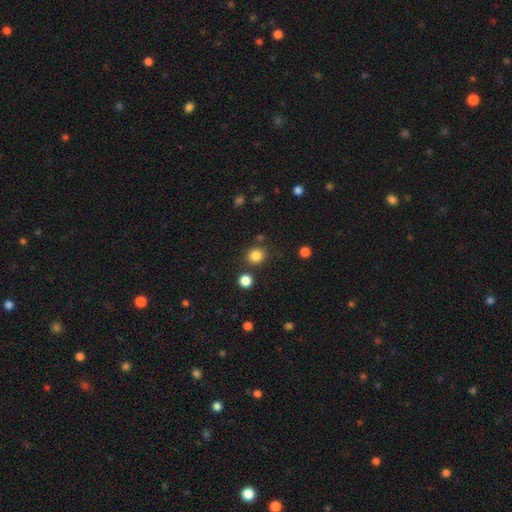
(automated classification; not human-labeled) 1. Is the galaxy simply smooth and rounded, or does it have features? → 84% smooth, 12% star or artifact, 4% featured or disk.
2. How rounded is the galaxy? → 87% round, 13% in between, 1% cigar-shaped.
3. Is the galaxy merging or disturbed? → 82% none, 8% minor disturbance, 6% merger, 3% major disturbance.